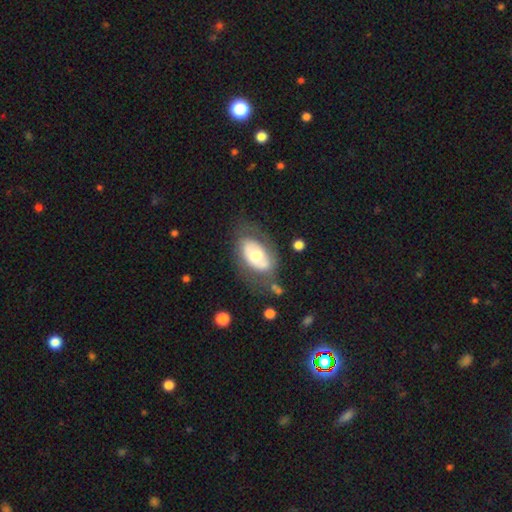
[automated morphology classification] Smooth or featured: featured or disk — 50% (smooth — 44%)
Merging: none — 63% (minor disturbance — 20%)